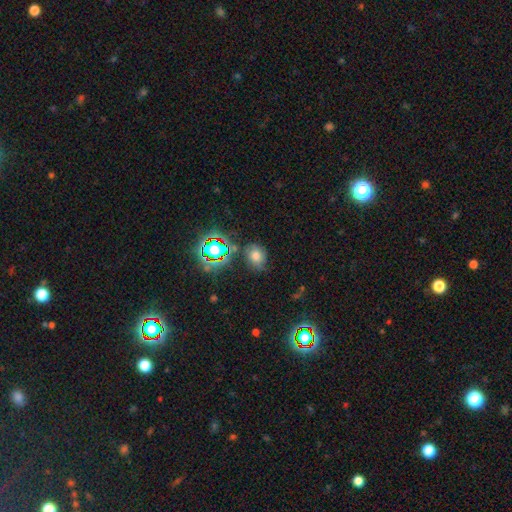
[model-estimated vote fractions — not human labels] A smooth galaxy with no disk features (63%) that is round (56%).

Vote fractions:
- Smooth or featured? smooth: 63% / star or artifact: 23% / featured or disk: 14%
- How rounded? round: 56% / in between: 43% / cigar-shaped: 1%
- Merging? none: 64% / minor disturbance: 23% / major disturbance: 8% / merger: 5%